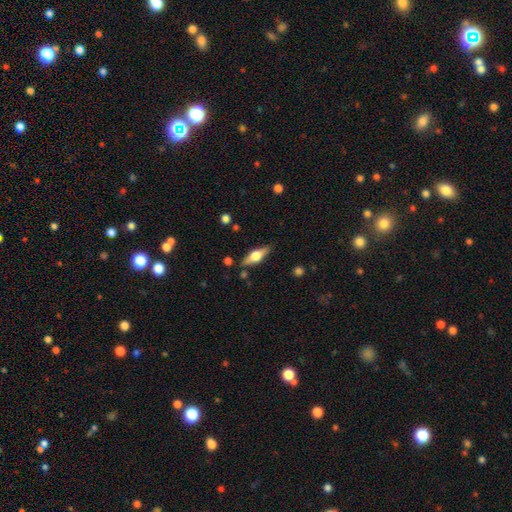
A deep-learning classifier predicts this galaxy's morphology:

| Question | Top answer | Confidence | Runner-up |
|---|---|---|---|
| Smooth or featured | featured or disk | 57% | smooth (37%) |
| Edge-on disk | yes | 94% | no (6%) |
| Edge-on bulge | rounded | 92% | boxy (6%) |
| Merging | none | 83% | minor disturbance (11%) |